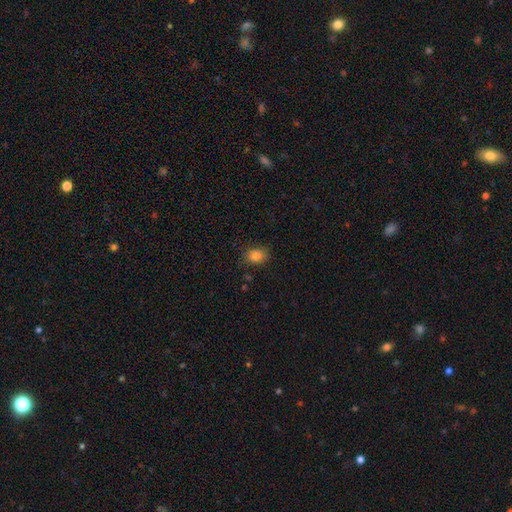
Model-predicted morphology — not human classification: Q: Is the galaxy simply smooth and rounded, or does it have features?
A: smooth — 84%.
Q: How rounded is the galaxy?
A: in between — 61%.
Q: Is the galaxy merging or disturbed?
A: none — 78%.